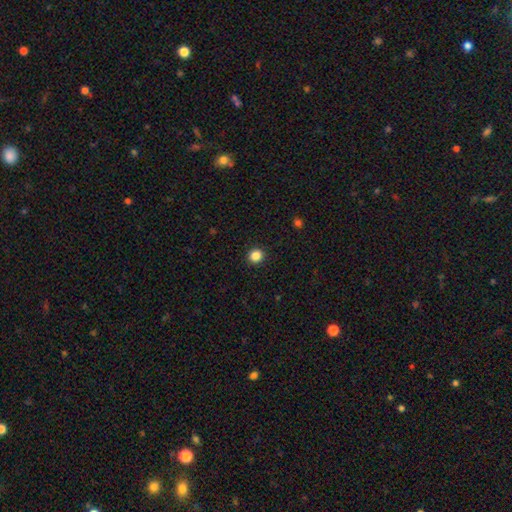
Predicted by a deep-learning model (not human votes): A smooth galaxy with no disk features (85%) that is round (92%). Merging: none (93%).